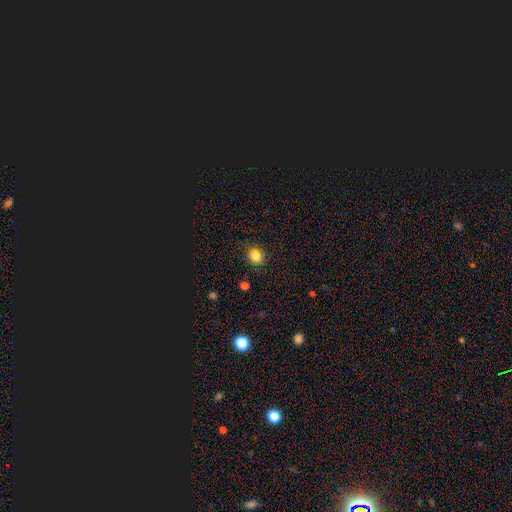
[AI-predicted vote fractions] Smooth or featured? Predicted: smooth (p=0.82). How rounded? Predicted: round (p=0.72). Merging? Predicted: none (p=0.84).